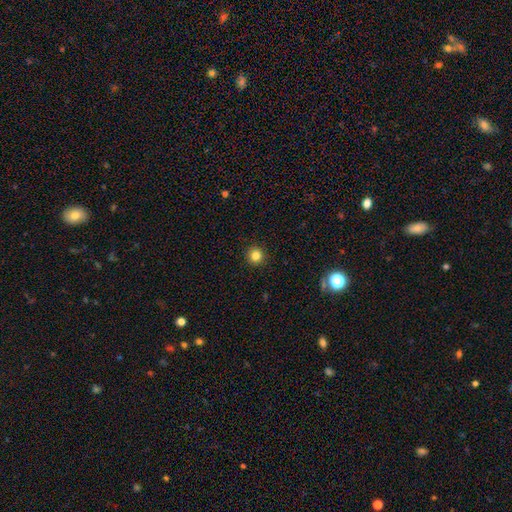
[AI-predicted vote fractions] Smooth or featured: smooth — 83% (star or artifact — 12%)
How rounded: round — 93% (in between — 6%)
Merging: none — 92% (minor disturbance — 5%)